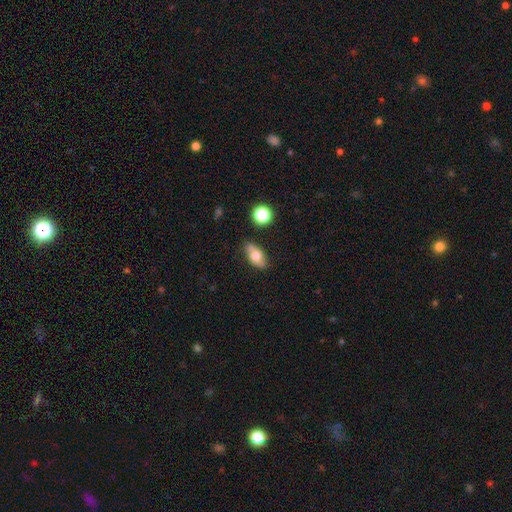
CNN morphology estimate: Smooth or featured: smooth — 69% (featured or disk — 22%)
How rounded: in between — 86% (round — 8%)
Merging: none — 77% (minor disturbance — 16%)